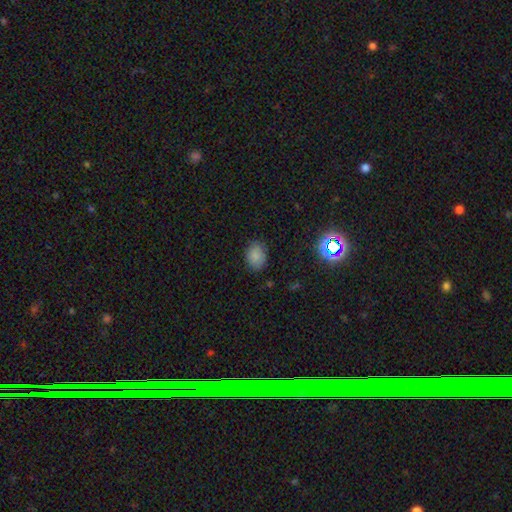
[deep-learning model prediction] smooth_or_featured: smooth (p=0.80) [alt: star or artifact p=0.14]
how_rounded: in between (p=0.70) [alt: round p=0.29]
merging: none (p=0.81) [alt: minor disturbance p=0.14]